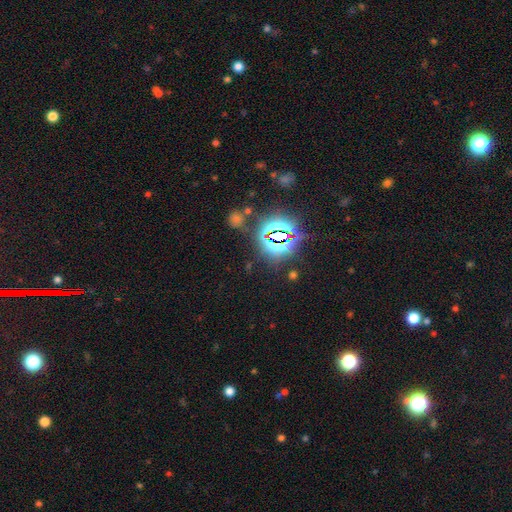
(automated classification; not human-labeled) Smooth or featured: star or artifact — 82% (smooth — 10%)